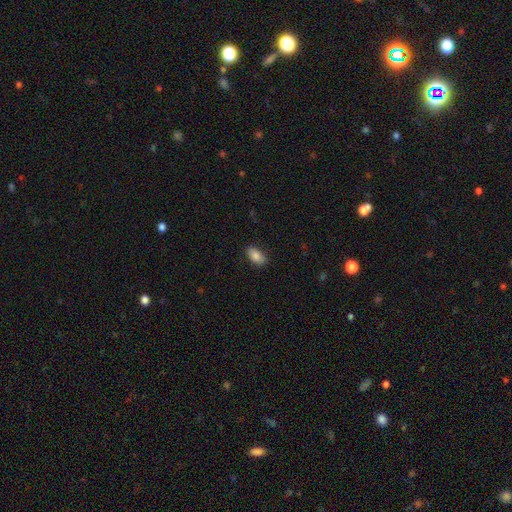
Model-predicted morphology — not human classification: Q: Smooth or featured?
A: smooth (85%); runner-up: featured or disk (7%)
Q: How rounded?
A: in between (91%); runner-up: cigar-shaped (5%)
Q: Merging?
A: none (86%); runner-up: minor disturbance (11%)